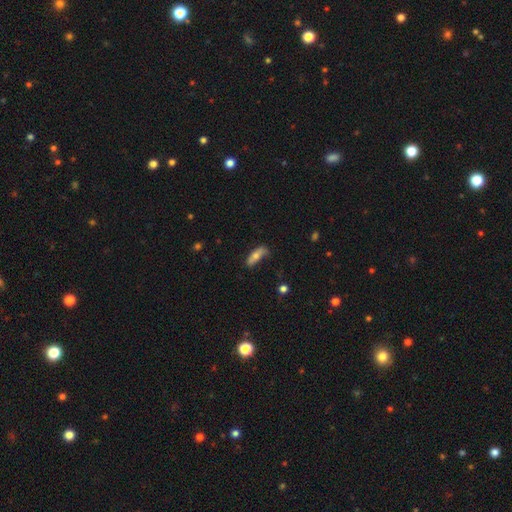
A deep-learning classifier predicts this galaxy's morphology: smooth-or-featured: smooth: 64% | featured or disk: 29% | star or artifact: 7%
  how-rounded: in between: 56% | cigar-shaped: 41% | round: 3%
  merging: none: 56% | minor disturbance: 31% | major disturbance: 10% | merger: 3%